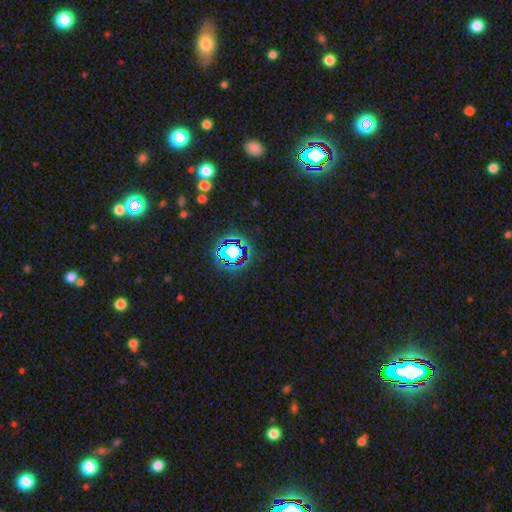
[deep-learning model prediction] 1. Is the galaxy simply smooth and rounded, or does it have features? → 80% star or artifact, 12% smooth, 8% featured or disk.